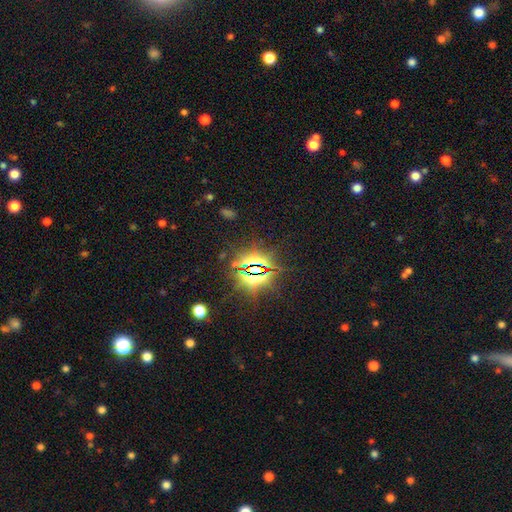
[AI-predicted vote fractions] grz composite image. It shows a star or artifact, not a galaxy (82%).